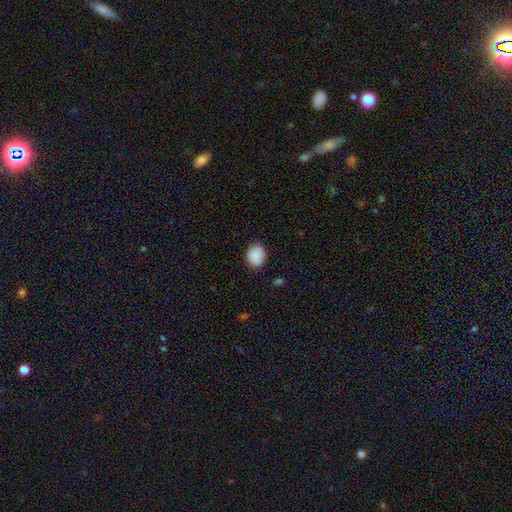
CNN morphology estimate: This is clearly a smooth galaxy (89%). How rounded: possibly round (55%). Merging: clearly none (86%).